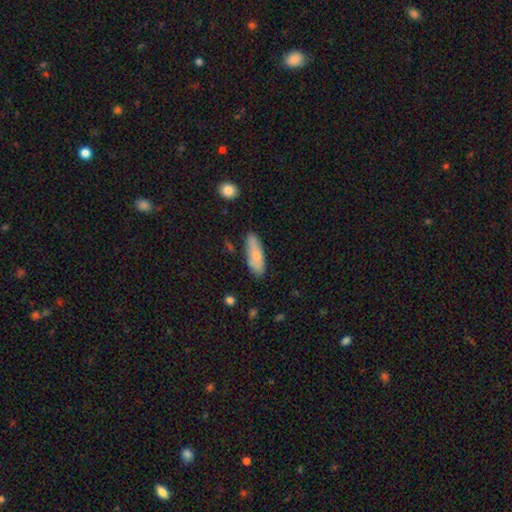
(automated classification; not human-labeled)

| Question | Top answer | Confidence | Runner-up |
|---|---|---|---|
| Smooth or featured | smooth | 73% | featured or disk (21%) |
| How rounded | in between | 64% | cigar-shaped (34%) |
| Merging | none | 77% | minor disturbance (18%) |